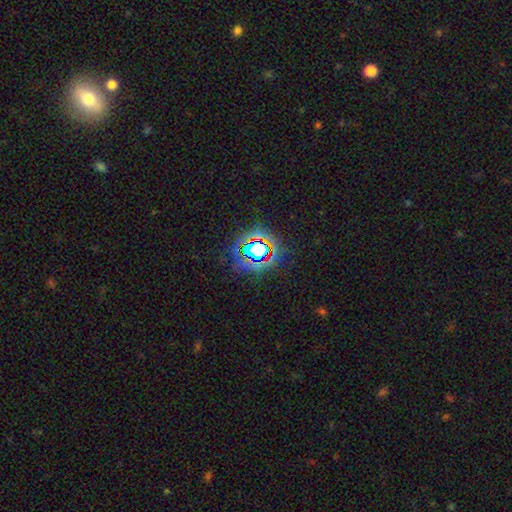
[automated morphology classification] A star or artifact, not a galaxy (73%).

Vote fractions:
- Smooth or featured? star or artifact: 73% / smooth: 15% / featured or disk: 12%